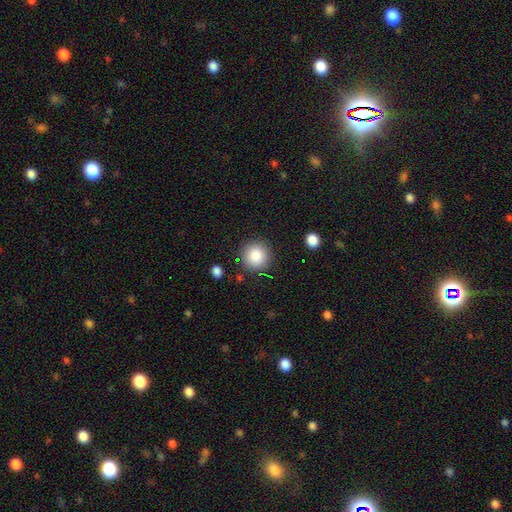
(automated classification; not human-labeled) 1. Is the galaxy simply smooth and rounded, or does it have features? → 86% smooth, 9% star or artifact, 5% featured or disk.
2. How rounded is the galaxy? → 93% round, 6% in between, 1% cigar-shaped.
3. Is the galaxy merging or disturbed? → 87% none, 8% minor disturbance, 3% major disturbance, 2% merger.